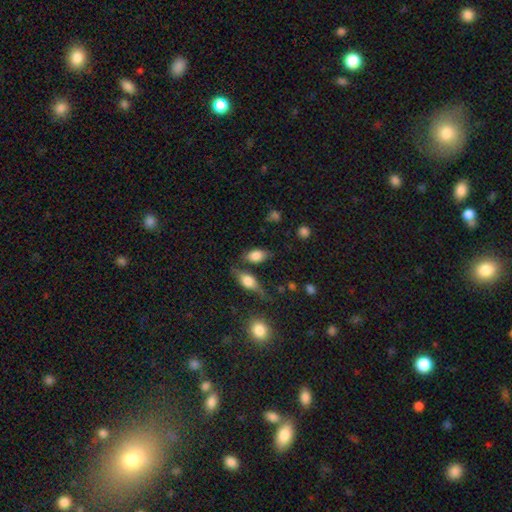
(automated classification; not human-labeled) smooth-or-featured: smooth: 79% | featured or disk: 13% | star or artifact: 8%
  how-rounded: in between: 89% | round: 7% | cigar-shaped: 5%
  merging: none: 65% | minor disturbance: 17% | merger: 12% | major disturbance: 6%